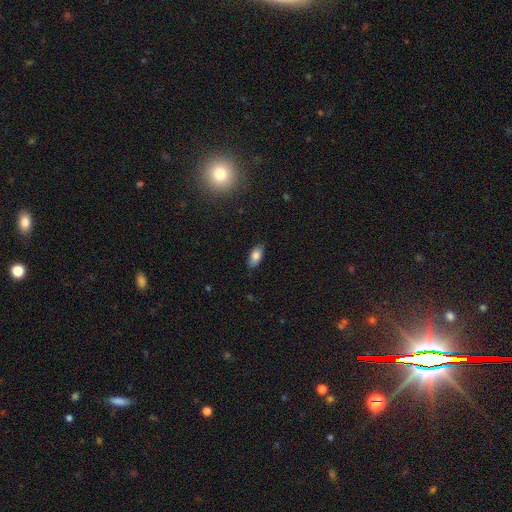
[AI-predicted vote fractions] The model was most divided on "smooth or featured": smooth: 79%, featured or disk: 13%, star or artifact: 8%. More confident: how rounded — in between (87%); merging — none (83%).